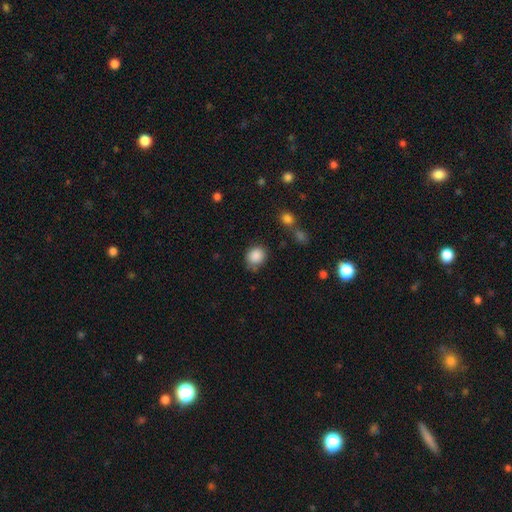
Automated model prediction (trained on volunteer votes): smooth-or-featured: smooth: 87% | star or artifact: 9% | featured or disk: 4%
  how-rounded: round: 69% | in between: 30% | cigar-shaped: 1%
  merging: none: 72% | minor disturbance: 19% | major disturbance: 5% | merger: 4%